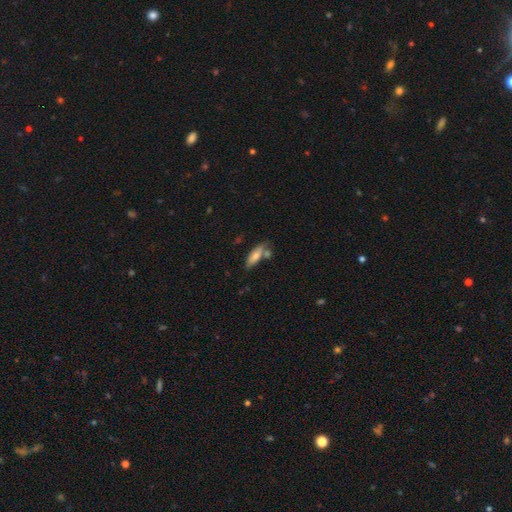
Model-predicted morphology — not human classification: This appears to be a smooth galaxy with no disk features (73%) that is in between round and cigar-shaped (54%). Merging: none (60%).